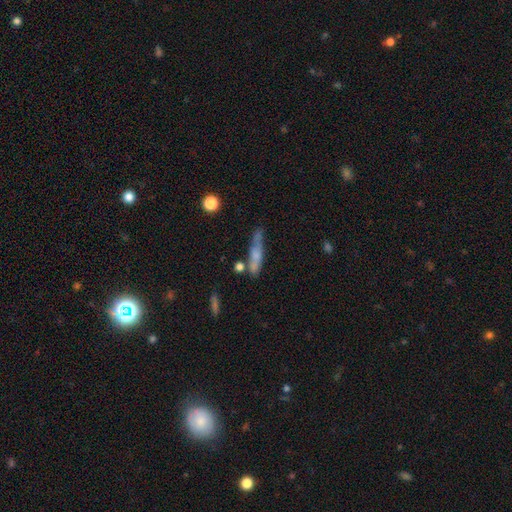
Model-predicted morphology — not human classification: A smooth galaxy with no disk features (55%) that is cigar-shaped (83%). Merging: none (60%).